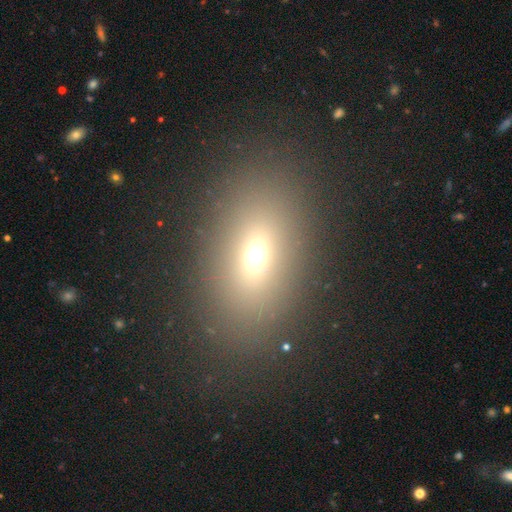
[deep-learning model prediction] A smooth galaxy with no disk features (65%) that is in between round and cigar-shaped (78%).

Vote fractions:
- Smooth or featured? smooth: 65% / star or artifact: 18% / featured or disk: 17%
- How rounded? in between: 78% / round: 18% / cigar-shaped: 4%
- Merging? none: 86% / minor disturbance: 8% / major disturbance: 5% / merger: 2%